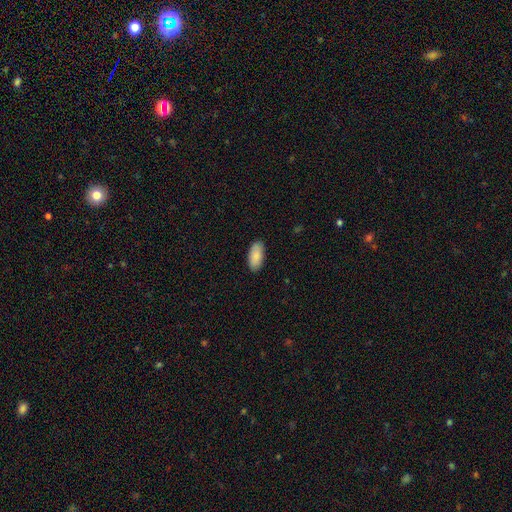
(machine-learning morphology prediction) The model was most divided on "merging": none: 89%, minor disturbance: 8%, major disturbance: 2%, merger: 1%. More confident: how rounded — in between (93%); smooth or featured — smooth (88%).